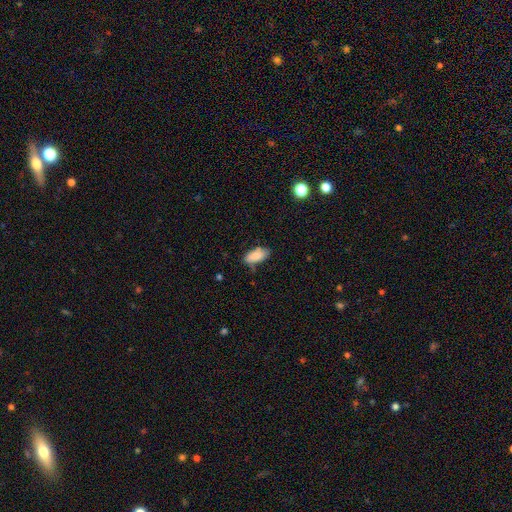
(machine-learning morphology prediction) Smooth or featured? smooth (85%)
How rounded? in between (91%)
Merging? none (68%)